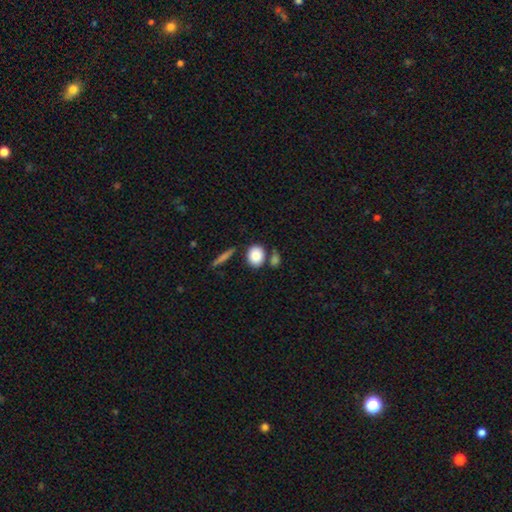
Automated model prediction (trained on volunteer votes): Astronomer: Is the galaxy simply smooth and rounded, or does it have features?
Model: smooth — 84%.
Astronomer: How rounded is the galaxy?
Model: round — 58% (runner-up: in between, 40%).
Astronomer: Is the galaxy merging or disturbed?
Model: none — 70%.